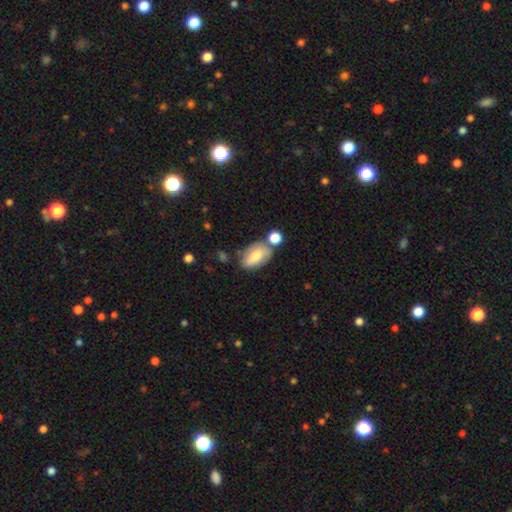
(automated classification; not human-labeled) smooth_or_featured: smooth (p=0.64) [alt: featured or disk p=0.28]
how_rounded: in between (p=0.89) [alt: round p=0.08]
merging: none (p=0.57) [alt: minor disturbance p=0.19]